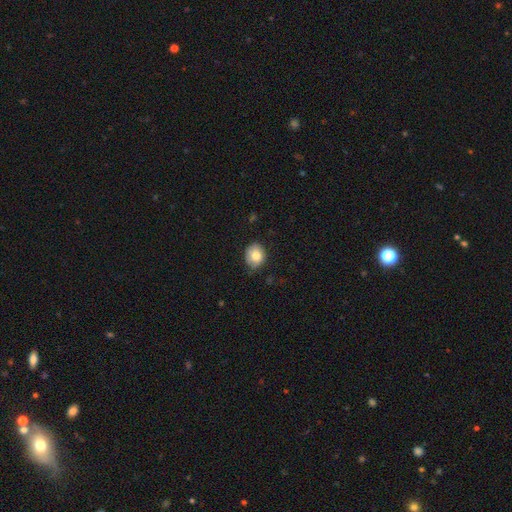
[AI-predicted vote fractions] smooth 80%, featured or disk 12%, star or artifact 8%. Down the decision tree: how rounded — round (55%); merging — none (71%).